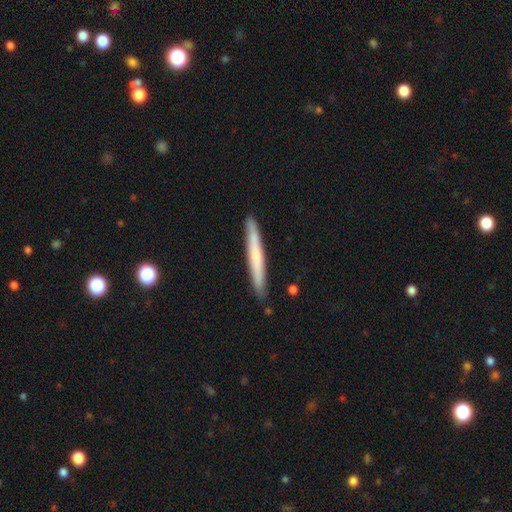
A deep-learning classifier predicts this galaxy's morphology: A smooth galaxy with no disk features (56%) that is cigar-shaped (97%). Merging: none (89%).